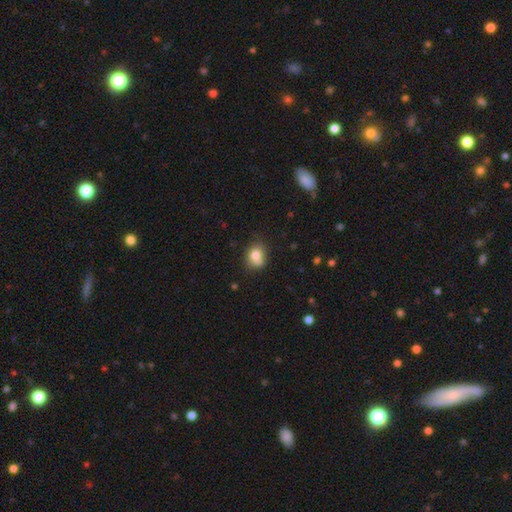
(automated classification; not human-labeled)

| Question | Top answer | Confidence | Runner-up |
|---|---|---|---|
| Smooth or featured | smooth | 77% | featured or disk (12%) |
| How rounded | round | 56% | in between (43%) |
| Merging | none | 54% | minor disturbance (23%) |